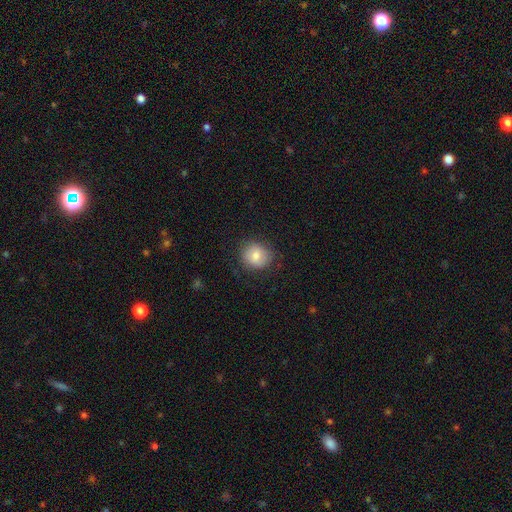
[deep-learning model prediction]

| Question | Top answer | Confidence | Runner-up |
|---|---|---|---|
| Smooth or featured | smooth | 80% | featured or disk (12%) |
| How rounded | round | 79% | in between (20%) |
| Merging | none | 82% | minor disturbance (13%) |